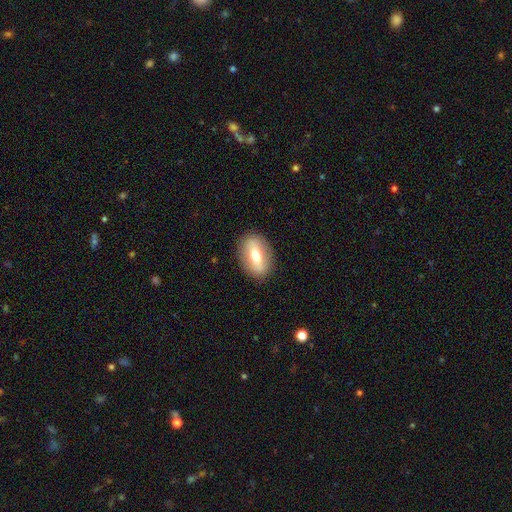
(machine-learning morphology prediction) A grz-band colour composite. It shows a smooth galaxy with no disk features (57%) that is in between round and cigar-shaped (81%). Merging: none (87%).